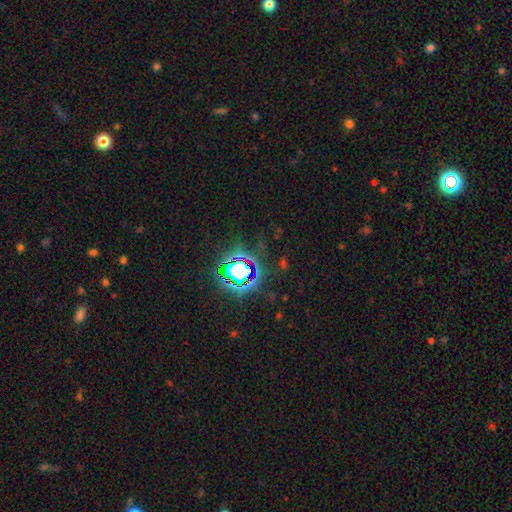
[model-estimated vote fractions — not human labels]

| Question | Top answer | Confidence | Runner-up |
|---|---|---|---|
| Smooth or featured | star or artifact | 82% | smooth (11%) |